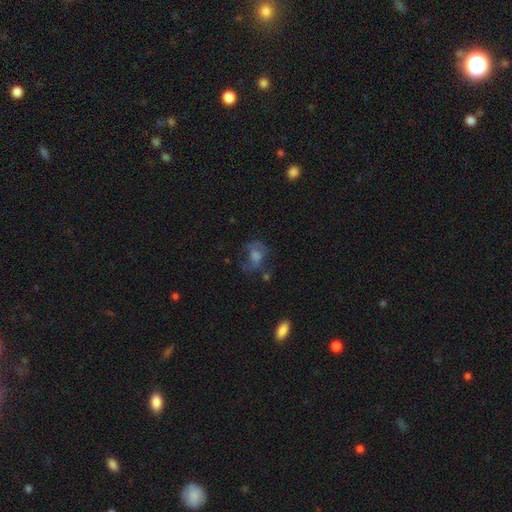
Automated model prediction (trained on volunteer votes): A featured or disk galaxy (42%).

Vote fractions:
- Smooth or featured? featured or disk: 42% / smooth: 38% / star or artifact: 19%
- Merging? none: 53% / major disturbance: 22% / minor disturbance: 21% / merger: 4%